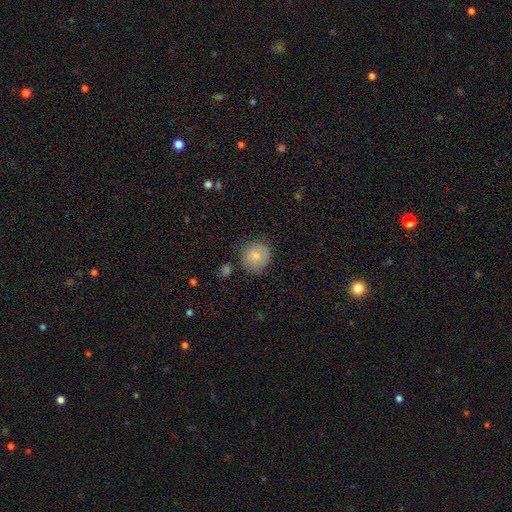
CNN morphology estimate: Smooth or featured? Predicted: smooth (p=0.80). How rounded? Predicted: round (p=0.86). Merging? Predicted: none (p=0.76).